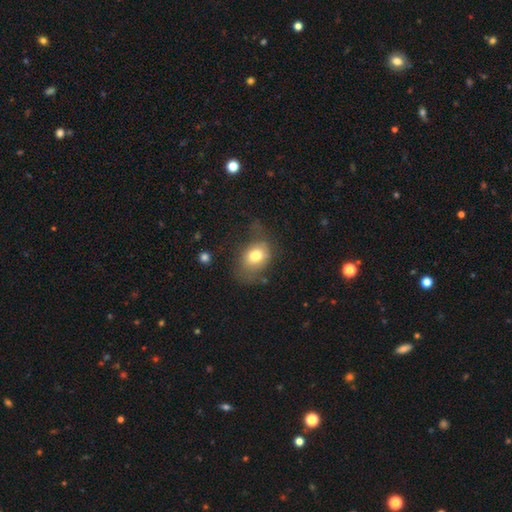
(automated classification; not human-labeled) Smooth or featured?
  - smooth: 73% *
  - featured or disk: 17%
  - star or artifact: 10%
How rounded?
  - in between: 65% *
  - round: 34%
  - cigar-shaped: 1%
Merging?
  - none: 48% *
  - minor disturbance: 29%
  - major disturbance: 20%
  - merger: 3%